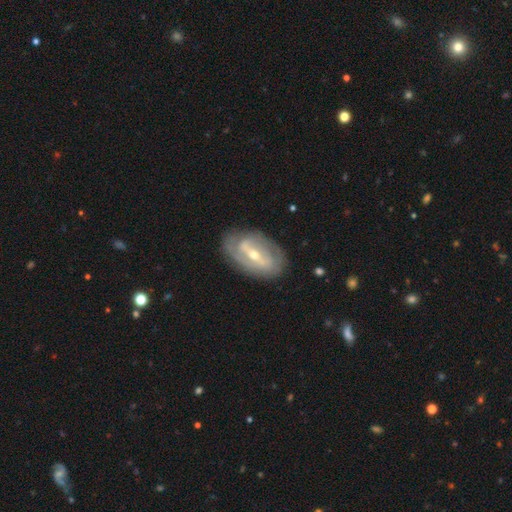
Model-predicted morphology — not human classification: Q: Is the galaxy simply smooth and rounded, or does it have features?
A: featured or disk — 77%.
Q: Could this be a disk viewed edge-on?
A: no — 91%.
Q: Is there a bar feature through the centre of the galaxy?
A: strong — 49%.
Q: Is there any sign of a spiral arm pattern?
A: yes — 77%.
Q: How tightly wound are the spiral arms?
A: tight — 51%.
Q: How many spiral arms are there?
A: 2 — 55%.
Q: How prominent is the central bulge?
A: small — 51%.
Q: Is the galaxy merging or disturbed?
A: none — 79%.